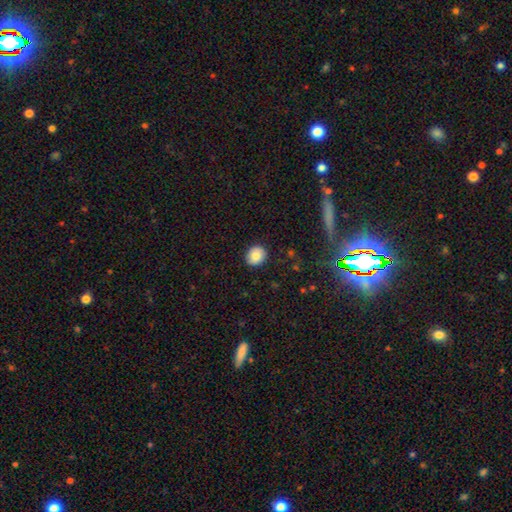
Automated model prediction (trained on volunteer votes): This appears to be a smooth galaxy with no disk features (82%) that is round (75%). Merging: none (89%).